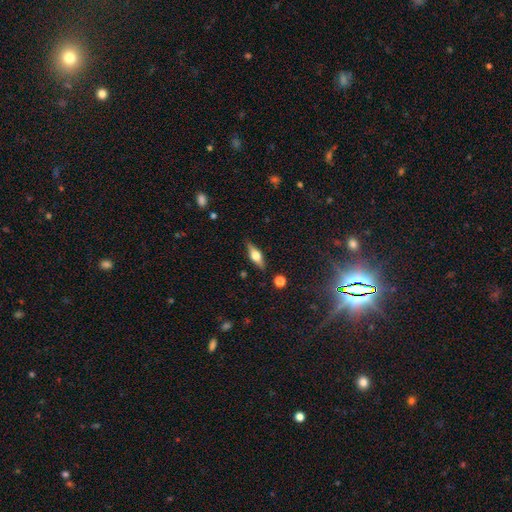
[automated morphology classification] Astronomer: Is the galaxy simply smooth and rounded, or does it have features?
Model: featured or disk — 56% (runner-up: smooth, 36%).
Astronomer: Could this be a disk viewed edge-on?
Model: yes — 93%.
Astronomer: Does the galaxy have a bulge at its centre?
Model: rounded — 92%.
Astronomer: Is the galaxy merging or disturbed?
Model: none — 86%.